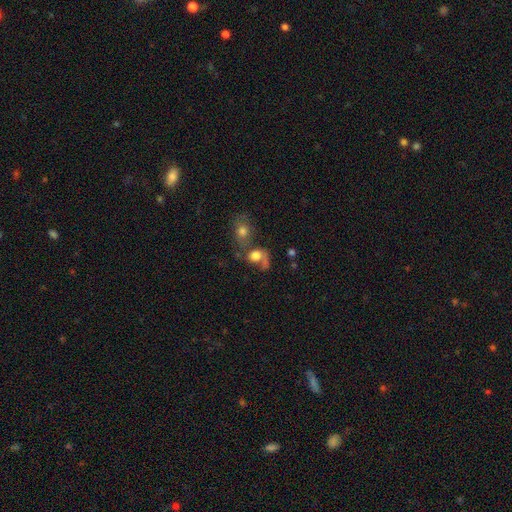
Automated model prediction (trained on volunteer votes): The model was most divided on "how rounded": round: 56%, in between: 43%, cigar-shaped: 2%. Remaining: smooth or featured — smooth (61%); merging — merger (49%).